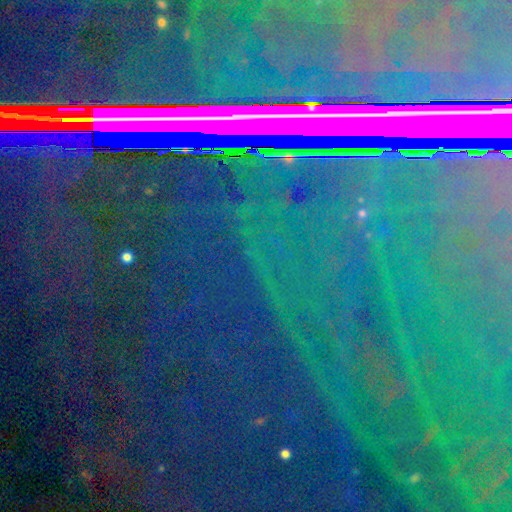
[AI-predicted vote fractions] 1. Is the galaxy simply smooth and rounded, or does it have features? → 87% star or artifact, 6% featured or disk, 6% smooth.